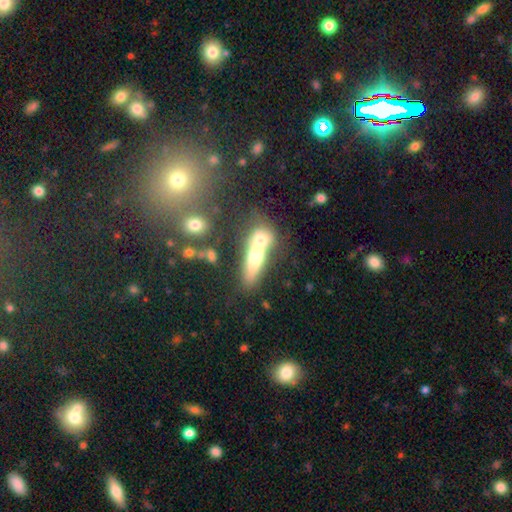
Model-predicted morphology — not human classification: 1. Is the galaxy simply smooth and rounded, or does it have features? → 55% smooth, 35% featured or disk, 11% star or artifact.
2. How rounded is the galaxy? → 47% in between, 44% cigar-shaped, 9% round.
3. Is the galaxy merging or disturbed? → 53% merger, 30% none, 10% minor disturbance, 7% major disturbance.